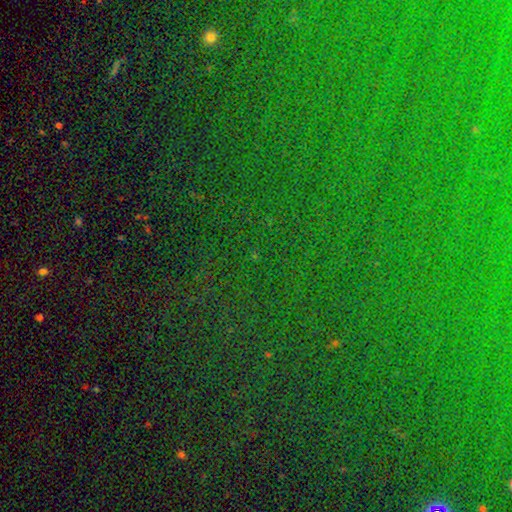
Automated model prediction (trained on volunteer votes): Smooth or featured?
  - star or artifact: 83% *
  - smooth: 9%
  - featured or disk: 8%